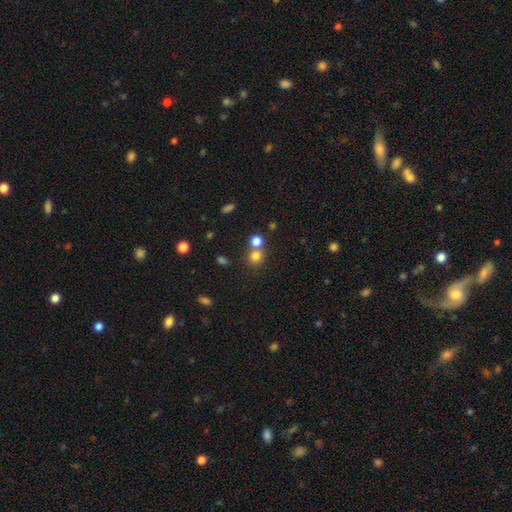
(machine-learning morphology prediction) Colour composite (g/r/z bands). It shows a smooth galaxy with no disk features (77%) that is round (85%). Merging: none (54%).